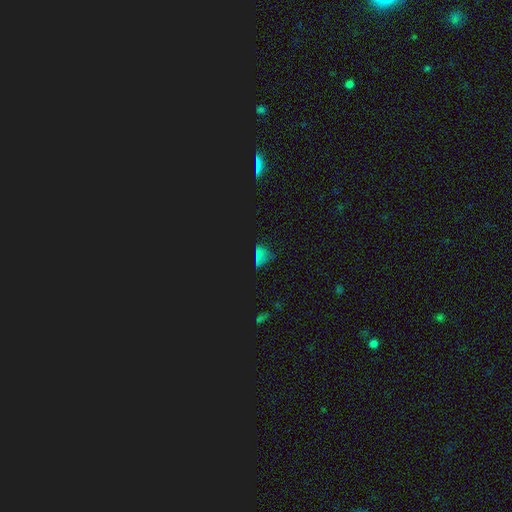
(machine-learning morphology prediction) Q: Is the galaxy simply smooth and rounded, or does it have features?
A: star or artifact — 69%.